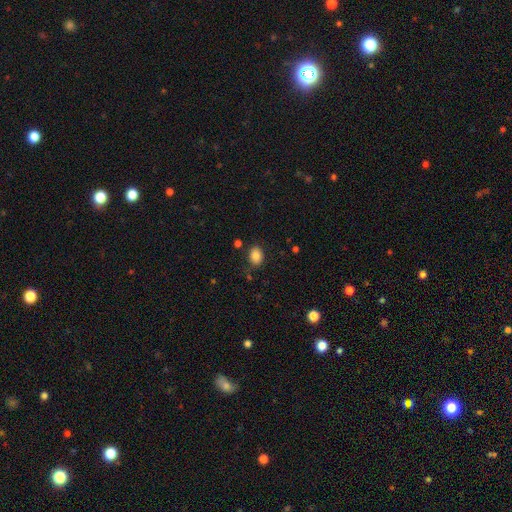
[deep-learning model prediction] Q: Smooth or featured?
A: smooth (85%); runner-up: star or artifact (10%)
Q: How rounded?
A: in between (65%); runner-up: round (34%)
Q: Merging?
A: none (82%); runner-up: minor disturbance (12%)